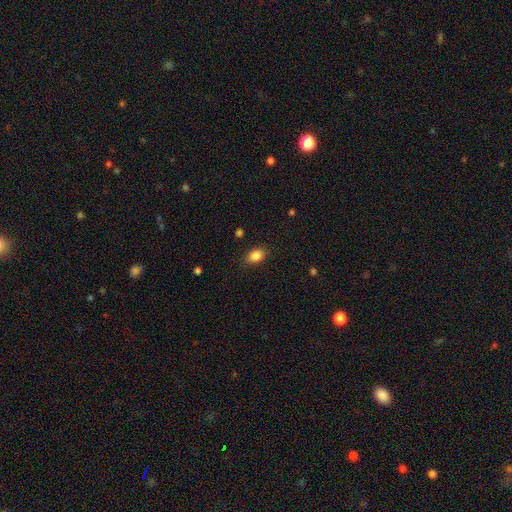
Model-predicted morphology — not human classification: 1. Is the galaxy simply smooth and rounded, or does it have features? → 86% smooth, 9% star or artifact, 5% featured or disk.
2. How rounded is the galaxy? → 79% in between, 20% round, 2% cigar-shaped.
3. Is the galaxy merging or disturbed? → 86% none, 10% minor disturbance, 3% major disturbance, 1% merger.